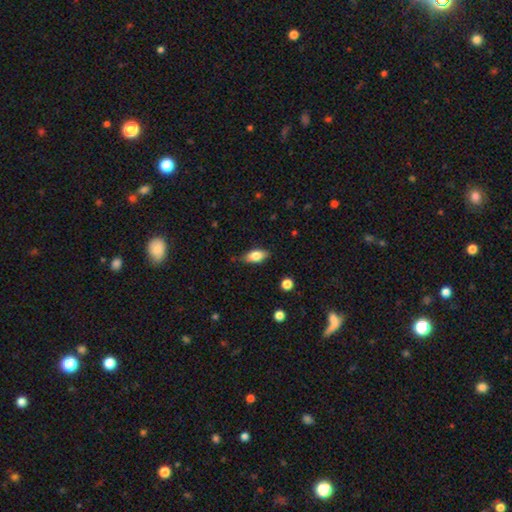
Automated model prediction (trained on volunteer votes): Smooth or featured? smooth (77%)
How rounded? in between (86%)
Merging? none (78%)